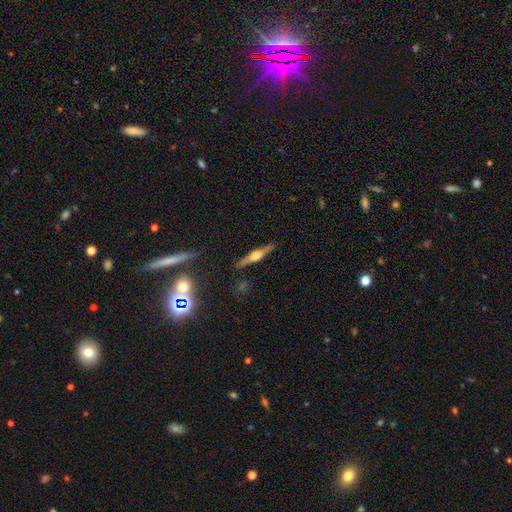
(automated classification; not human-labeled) This is likely a featured or disk galaxy (75%). It is clearly viewed edge-on (98%). Edge-on bulge: clearly rounded (91%). Merging: clearly none (89%).